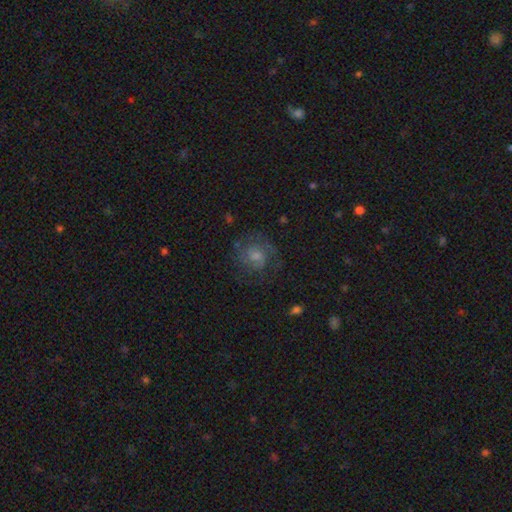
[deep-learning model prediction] Q: Smooth or featured?
A: featured or disk (60%); runner-up: smooth (25%)
Q: Edge-on disk?
A: no (98%); runner-up: yes (2%)
Q: Bar?
A: no (61%); runner-up: weak (34%)
Q: Spiral arms?
A: yes (88%); runner-up: no (12%)
Q: Spiral winding?
A: tight (44%); runner-up: medium (43%)
Q: Spiral arm count?
A: 2 (51%); runner-up: can't tell (28%)
Q: Bulge size?
A: moderate (44%); runner-up: small (39%)
Q: Merging?
A: none (72%); runner-up: minor disturbance (16%)